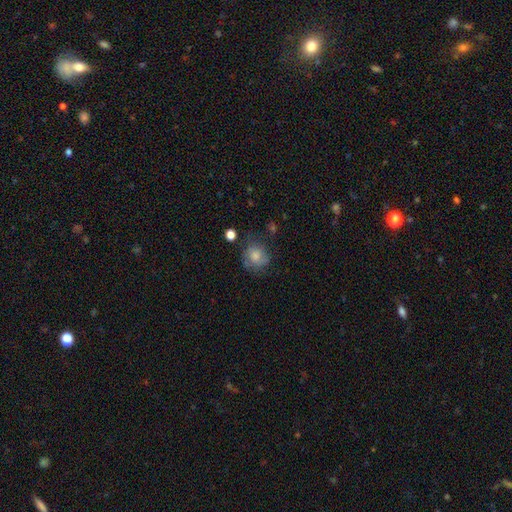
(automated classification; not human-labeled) Smooth or featured? smooth (71%)
How rounded? round (75%)
Merging? none (57%)